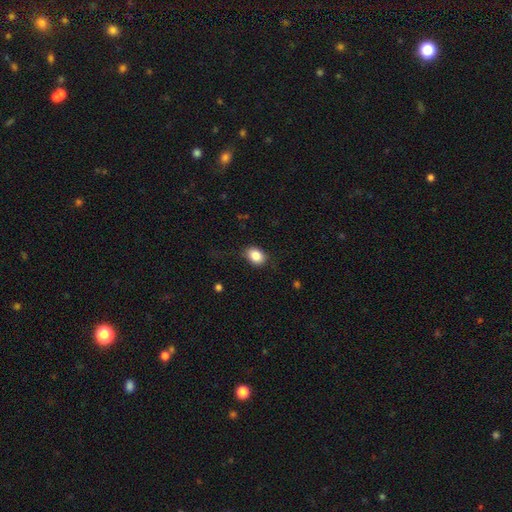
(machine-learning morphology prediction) smooth-or-featured: smooth: 85% | star or artifact: 8% | featured or disk: 6%
  how-rounded: in between: 69% | round: 30% | cigar-shaped: 1%
  merging: none: 78% | minor disturbance: 16% | major disturbance: 5% | merger: 1%